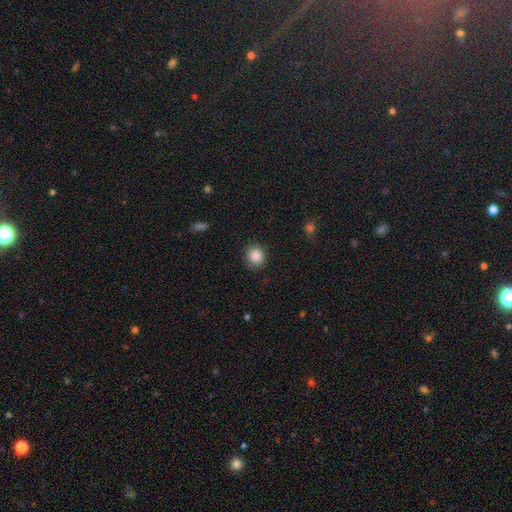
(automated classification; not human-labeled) This appears to be a smooth galaxy with no disk features (88%) that is round (82%). Merging: none (87%).